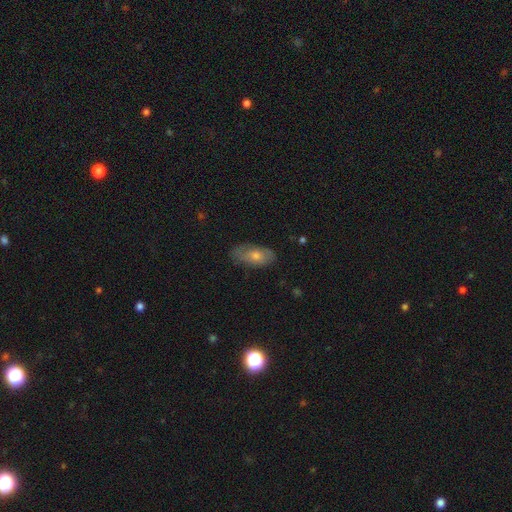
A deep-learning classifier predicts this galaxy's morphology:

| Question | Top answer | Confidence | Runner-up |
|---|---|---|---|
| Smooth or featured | smooth | 53% | featured or disk (36%) |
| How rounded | in between | 87% | cigar-shaped (8%) |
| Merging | none | 78% | minor disturbance (17%) |